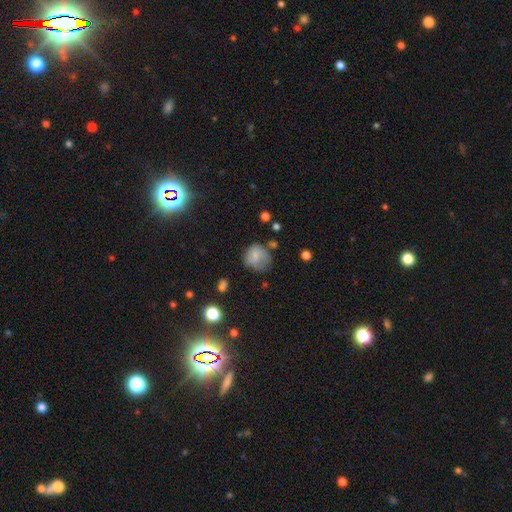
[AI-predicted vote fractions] A smooth galaxy with no disk features (70%) that is round (72%). Merging: none (47%).